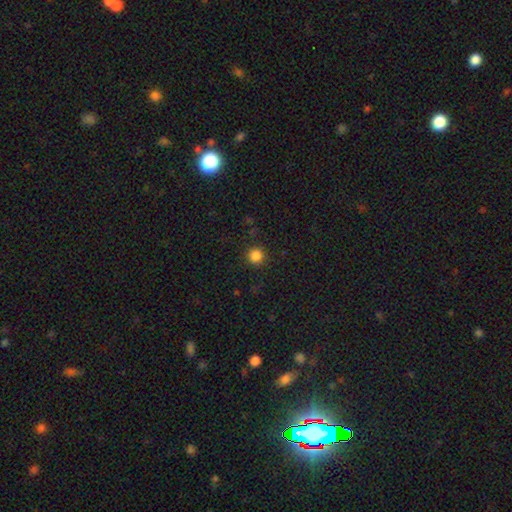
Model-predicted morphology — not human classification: Smooth or featured: smooth — 84% (star or artifact — 12%)
How rounded: round — 95% (in between — 4%)
Merging: none — 89% (minor disturbance — 7%)